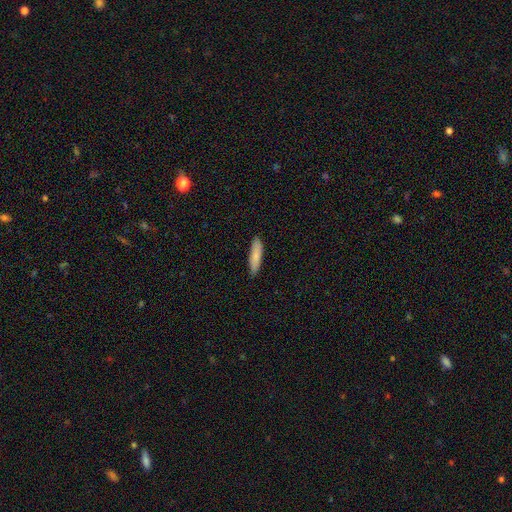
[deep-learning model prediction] smooth-or-featured: smooth: 84% | featured or disk: 10% | star or artifact: 6%
  how-rounded: cigar-shaped: 72% | in between: 27% | round: 1%
  merging: none: 87% | minor disturbance: 10% | major disturbance: 2% | merger: 1%